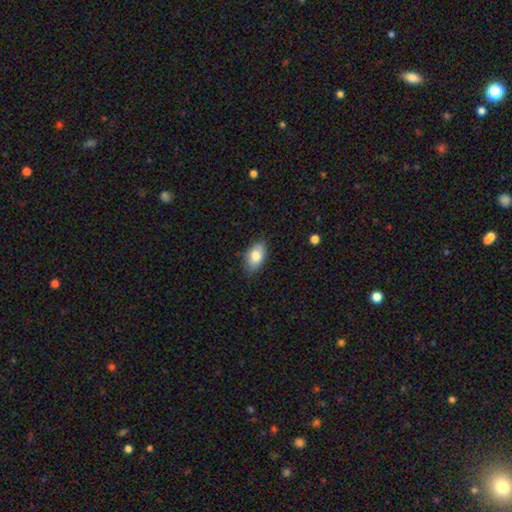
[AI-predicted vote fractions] Smooth or featured? Predicted: smooth (p=0.80). How rounded? Predicted: in between (p=0.92). Merging? Predicted: none (p=0.82).